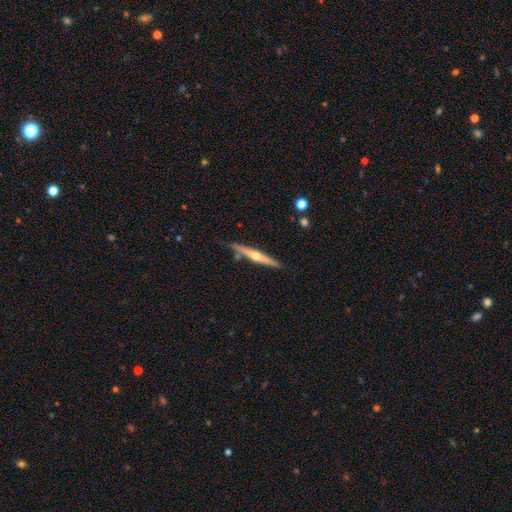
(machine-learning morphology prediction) Q: Smooth or featured?
A: featured or disk (70%); runner-up: smooth (24%)
Q: Edge-on disk?
A: yes (97%); runner-up: no (3%)
Q: Edge-on bulge?
A: rounded (86%); runner-up: none (11%)
Q: Merging?
A: none (83%); runner-up: minor disturbance (12%)